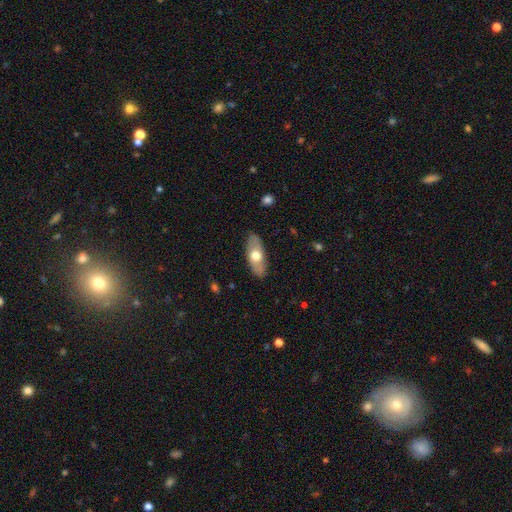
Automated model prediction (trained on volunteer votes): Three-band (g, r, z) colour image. It shows a smooth galaxy with no disk features (59%) that is in between round and cigar-shaped (82%). Merging: none (86%).